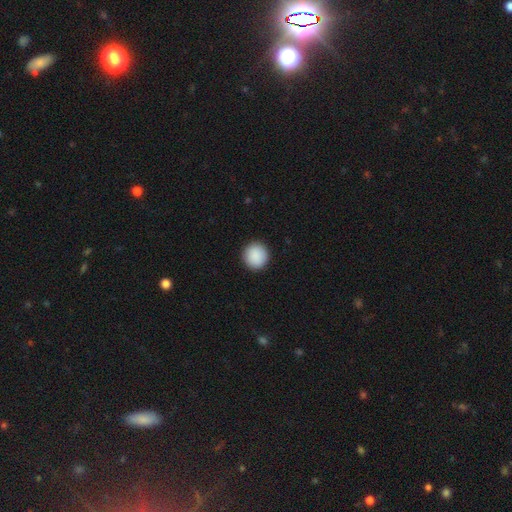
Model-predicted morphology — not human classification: Smooth or featured? Predicted: smooth (p=0.90). How rounded? Predicted: round (p=0.93). Merging? Predicted: none (p=0.93).